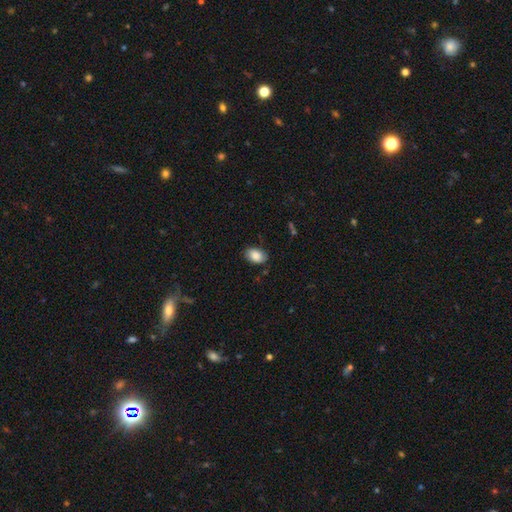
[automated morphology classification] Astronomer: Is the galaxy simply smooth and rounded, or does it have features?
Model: smooth — 86%.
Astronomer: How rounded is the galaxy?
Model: in between — 88%.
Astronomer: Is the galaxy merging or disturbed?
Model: none — 81%.